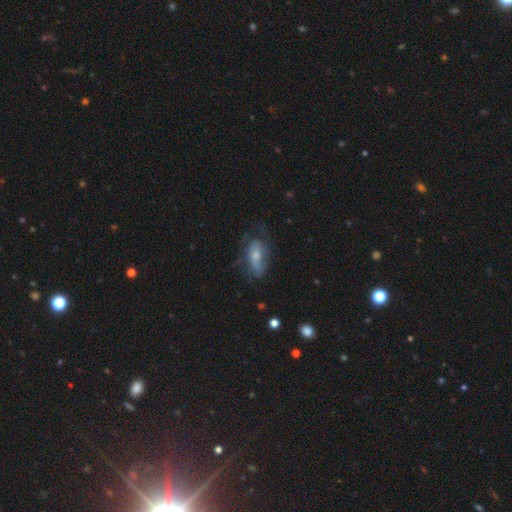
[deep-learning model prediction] Smooth or featured?
  - smooth: 47% *
  - featured or disk: 45%
  - star or artifact: 8%
Merging?
  - none: 47% *
  - minor disturbance: 28%
  - major disturbance: 23%
  - merger: 2%